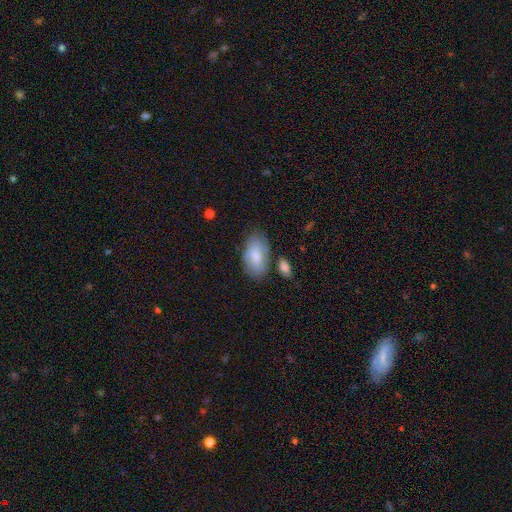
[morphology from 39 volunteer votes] This appears to be a smooth galaxy with no disk features (69%) that is in between round and cigar-shaped (89%). Merging: none (61%).